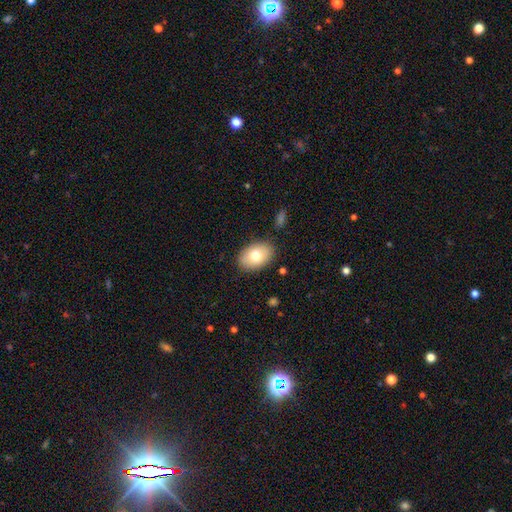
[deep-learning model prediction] smooth_or_featured: smooth (p=0.74) [alt: featured or disk p=0.19]
how_rounded: in between (p=0.86) [alt: round p=0.13]
merging: none (p=0.86) [alt: minor disturbance p=0.10]